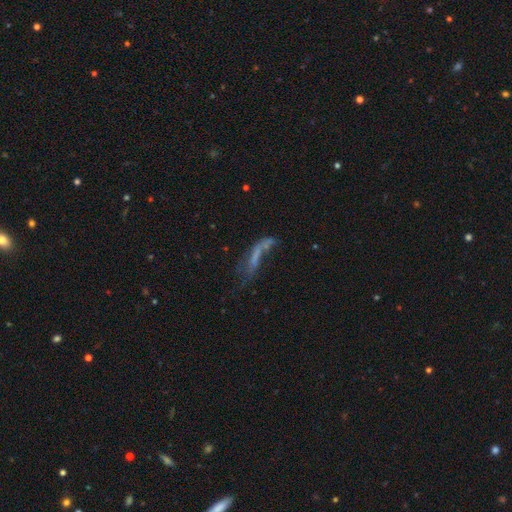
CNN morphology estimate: A featured or disk galaxy (44%). Merging: major disturbance (41%).